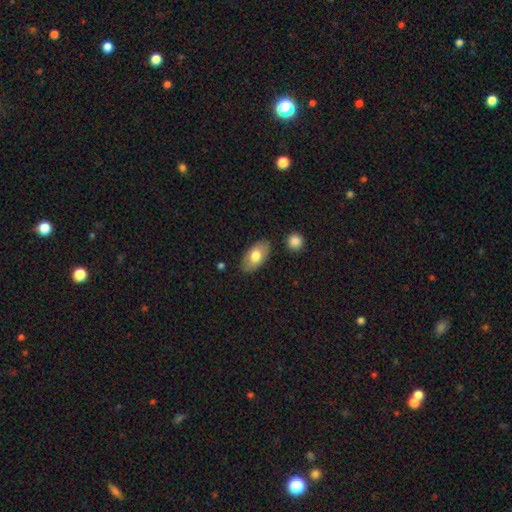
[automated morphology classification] Q: Smooth or featured?
A: smooth (71%); runner-up: featured or disk (23%)
Q: How rounded?
A: in between (93%); runner-up: round (4%)
Q: Merging?
A: none (82%); runner-up: minor disturbance (12%)